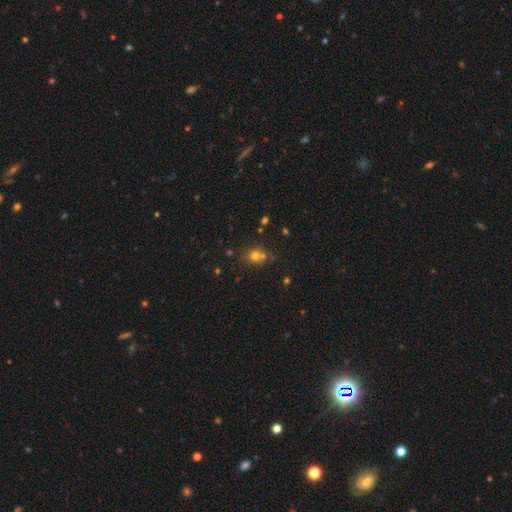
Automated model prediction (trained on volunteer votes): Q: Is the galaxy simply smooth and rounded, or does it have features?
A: smooth — 68%.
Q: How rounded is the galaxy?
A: round — 75%.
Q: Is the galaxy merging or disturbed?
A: none — 56%.